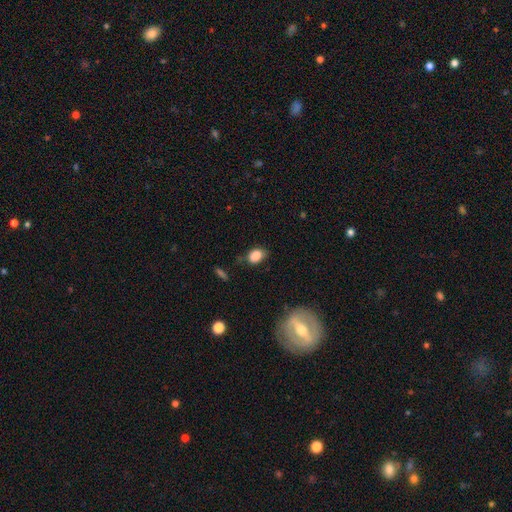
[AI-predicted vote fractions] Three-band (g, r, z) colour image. It shows a smooth galaxy with no disk features (86%) that is in between round and cigar-shaped (71%). Merging: none (68%).